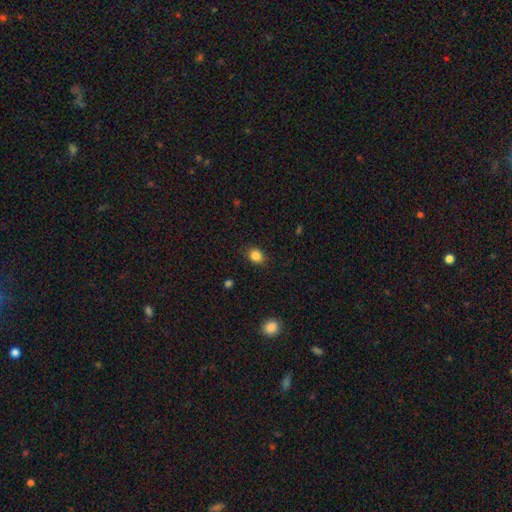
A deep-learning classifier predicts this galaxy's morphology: This appears to be a smooth galaxy with no disk features (86%) that is in between round and cigar-shaped (57%). Merging: none (87%).